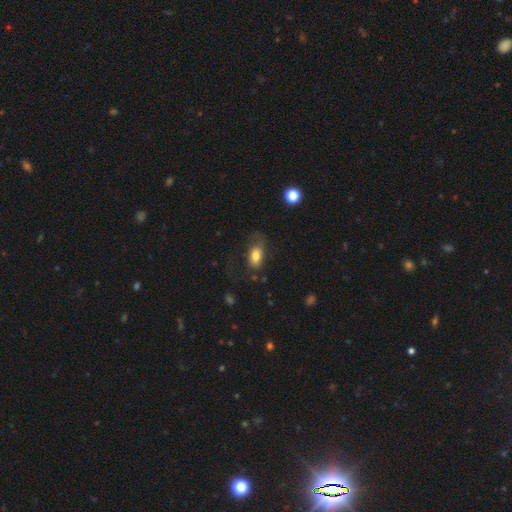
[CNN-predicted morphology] smooth_or_featured: smooth (p=0.76) [alt: featured or disk p=0.15]
how_rounded: in between (p=0.89) [alt: round p=0.07]
merging: none (p=0.49) [alt: major disturbance p=0.25]